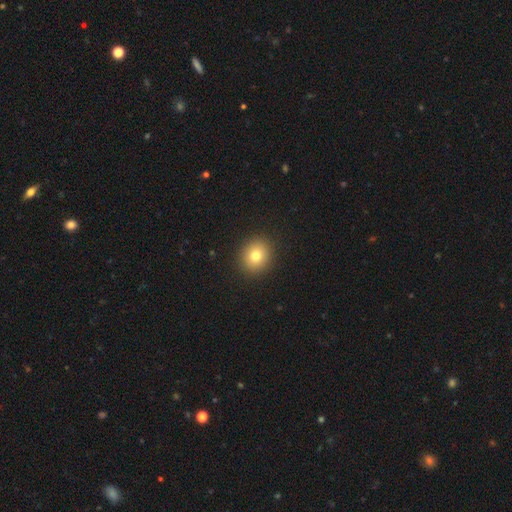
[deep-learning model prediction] This is likely a smooth galaxy (78%). How rounded: clearly round (84%). Merging: clearly none (92%).